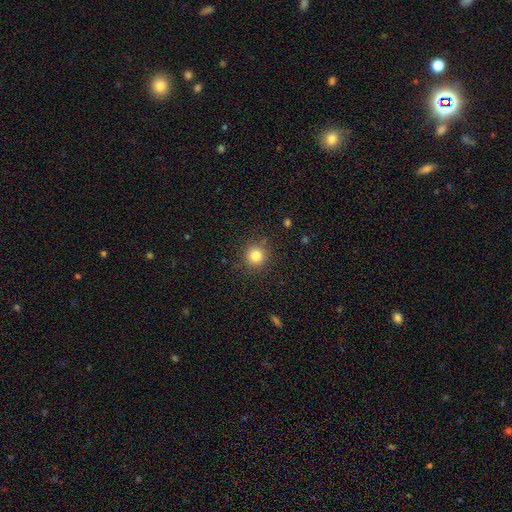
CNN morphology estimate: type=smooth (82%); roundness=round (93%); merging=none (87%).